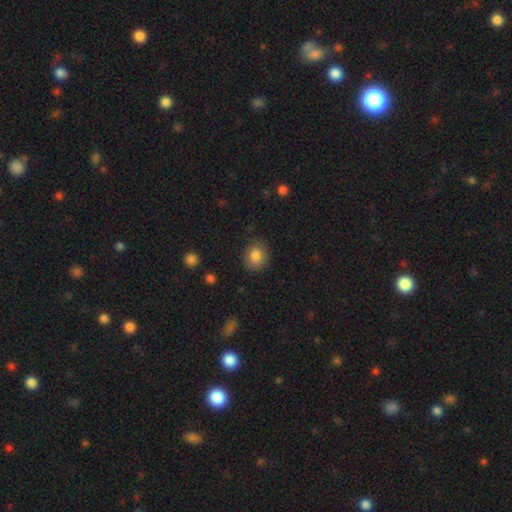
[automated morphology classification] A smooth galaxy with no disk features (84%) that is round (74%).

Vote fractions:
- Smooth or featured? smooth: 84% / star or artifact: 9% / featured or disk: 7%
- How rounded? round: 74% / in between: 25% / cigar-shaped: 1%
- Merging? none: 84% / minor disturbance: 12% / major disturbance: 3% / merger: 1%